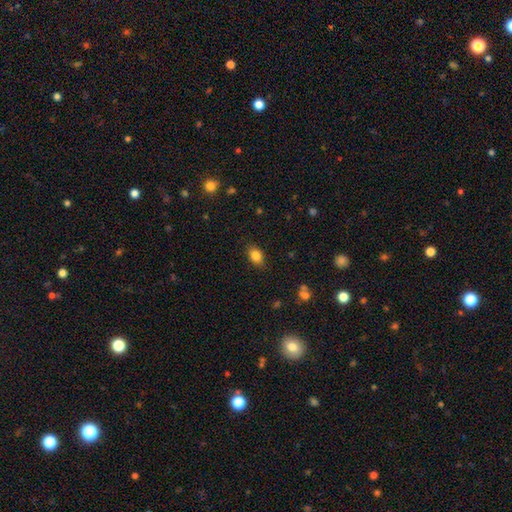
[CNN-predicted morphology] Smooth or featured: smooth — 83% (star or artifact — 9%)
How rounded: in between — 82% (round — 15%)
Merging: none — 85% (minor disturbance — 11%)